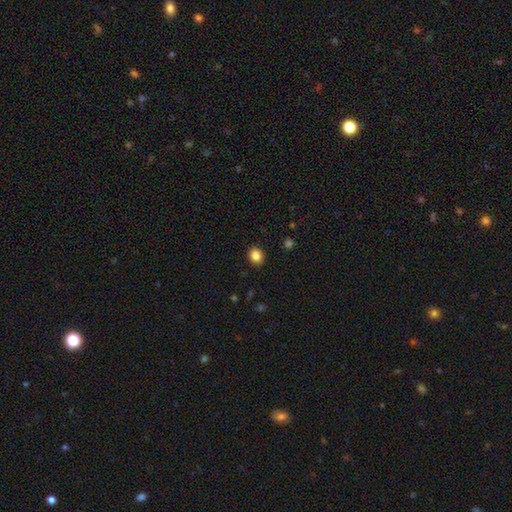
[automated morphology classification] Overall: smooth (85%). How rounded: round (66%; in between 33%). Merging: none (91%).